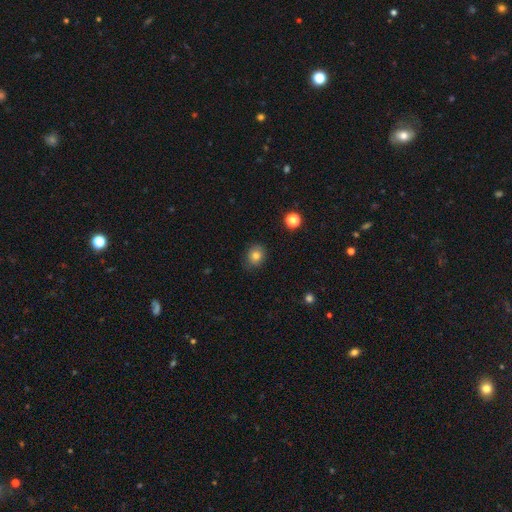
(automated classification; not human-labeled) A smooth galaxy with no disk features (79%) that is round (68%). Merging: none (83%).